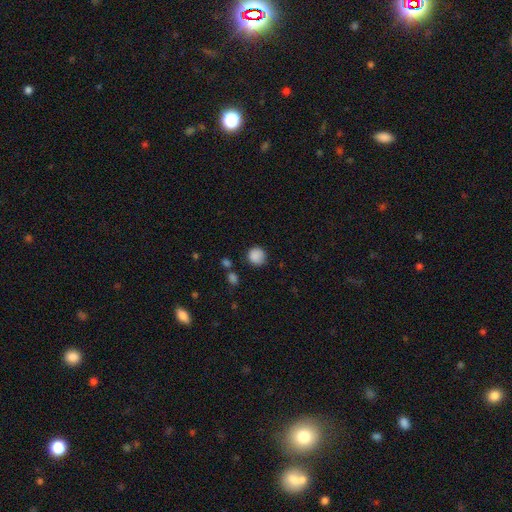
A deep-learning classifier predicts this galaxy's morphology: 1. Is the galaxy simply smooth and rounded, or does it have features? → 87% smooth, 9% star or artifact, 3% featured or disk.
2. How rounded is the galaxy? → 92% round, 7% in between, 1% cigar-shaped.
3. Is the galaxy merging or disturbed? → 83% none, 11% minor disturbance, 4% merger, 3% major disturbance.